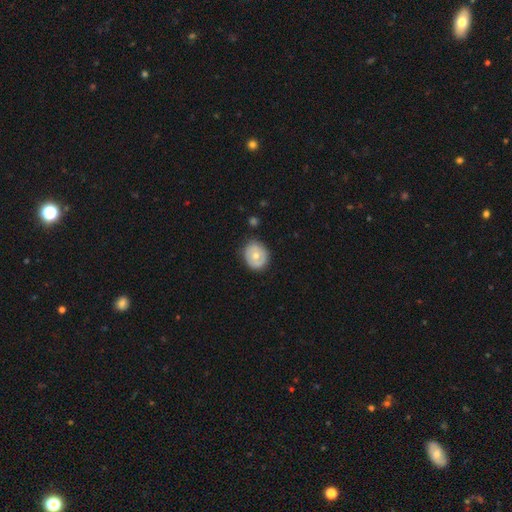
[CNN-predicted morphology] Smooth or featured: smooth — 59% (featured or disk — 34%)
How rounded: round — 69% (in between — 30%)
Merging: none — 73% (minor disturbance — 21%)